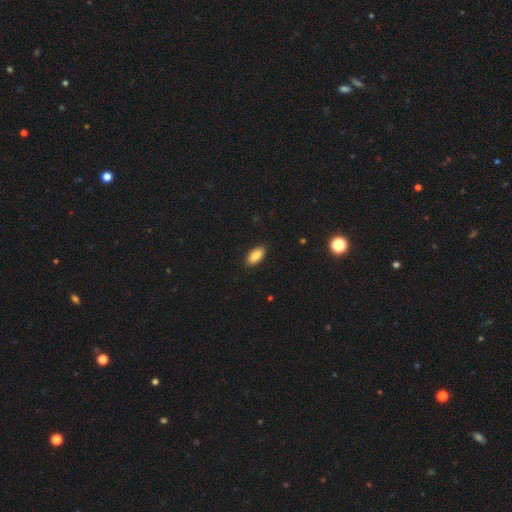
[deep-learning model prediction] Smooth or featured? smooth (88%)
How rounded? in between (92%)
Merging? none (90%)